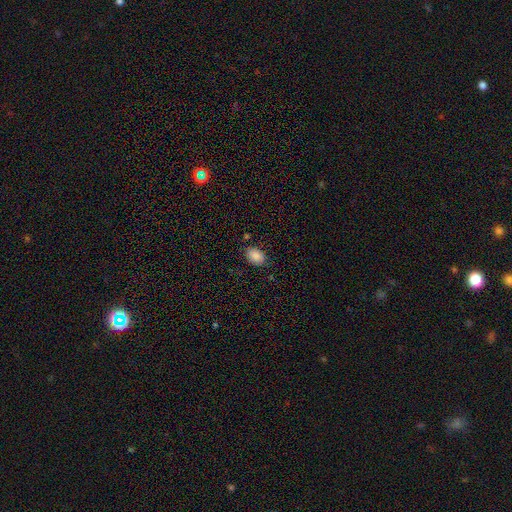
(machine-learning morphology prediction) The model was most divided on "how rounded": in between: 80%, round: 19%, cigar-shaped: 1%. More confident: smooth or featured — smooth (87%); merging — none (78%).